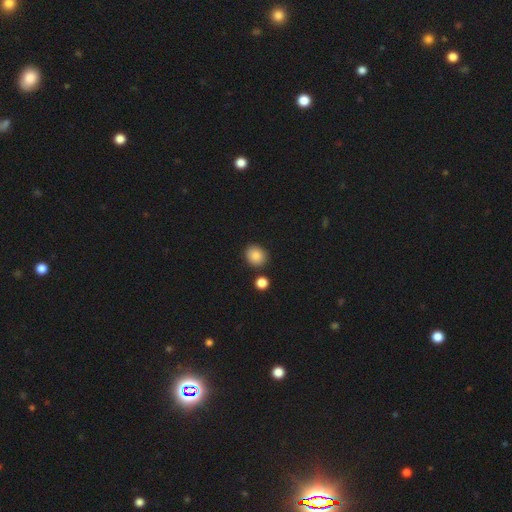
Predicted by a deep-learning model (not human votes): This is clearly a smooth galaxy (85%). How rounded: likely round (77%). Merging: clearly none (84%).